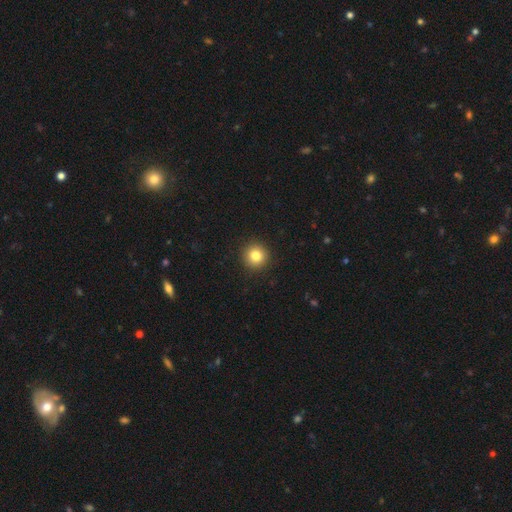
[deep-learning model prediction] smooth_or_featured: smooth (p=0.83) [alt: star or artifact p=0.11]
how_rounded: round (p=0.95) [alt: in between p=0.04]
merging: none (p=0.93) [alt: minor disturbance p=0.05]